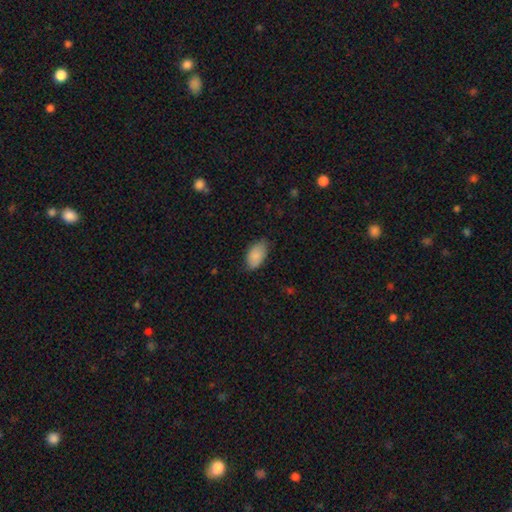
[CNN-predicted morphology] Smooth or featured? Predicted: smooth (p=0.87). How rounded? Predicted: in between (p=0.94). Merging? Predicted: none (p=0.74).